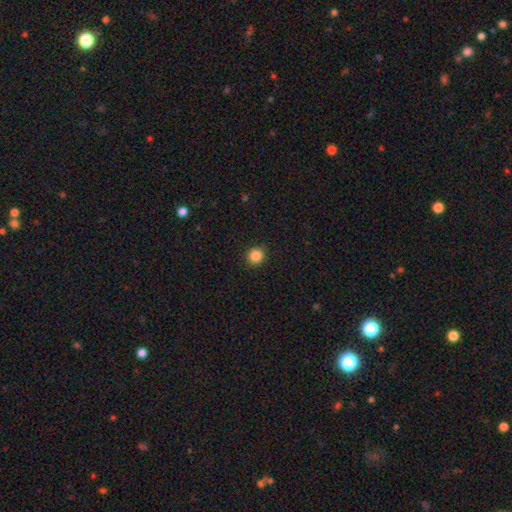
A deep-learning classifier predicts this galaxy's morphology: A smooth galaxy with no disk features (86%) that is round (93%).

Vote fractions:
- Smooth or featured? smooth: 86% / star or artifact: 11% / featured or disk: 4%
- How rounded? round: 93% / in between: 6% / cigar-shaped: 1%
- Merging? none: 92% / minor disturbance: 5% / major disturbance: 2% / merger: 1%